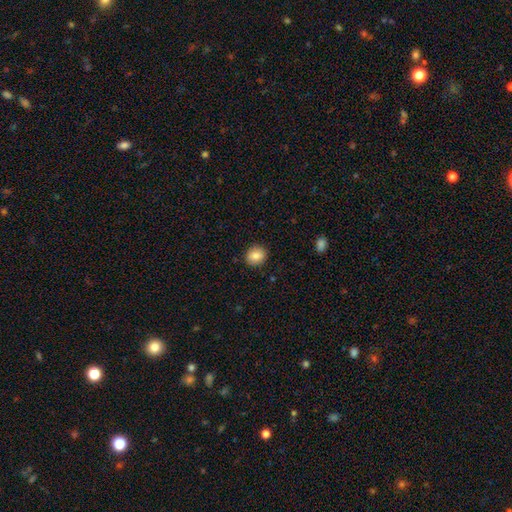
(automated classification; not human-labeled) This is clearly a smooth galaxy (86%). How rounded: likely round (74%). Merging: clearly none (90%).